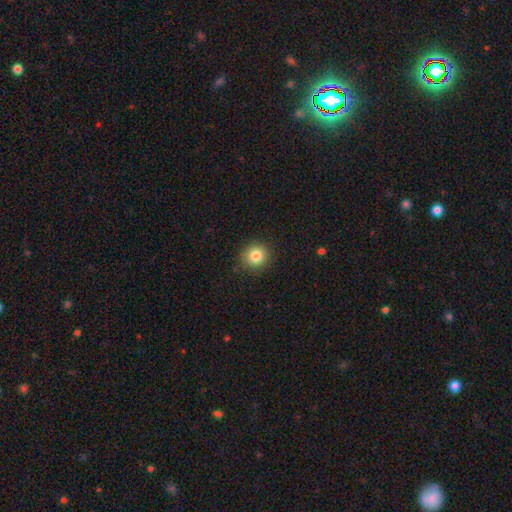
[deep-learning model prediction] Smooth or featured: smooth — 83% (star or artifact — 11%)
How rounded: round — 89% (in between — 10%)
Merging: none — 87% (minor disturbance — 10%)